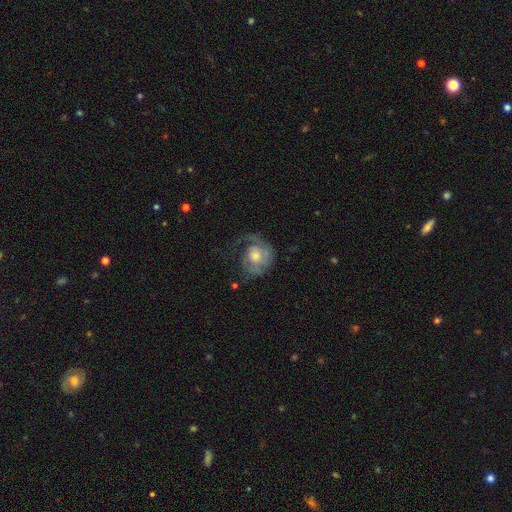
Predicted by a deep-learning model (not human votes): smooth-or-featured: featured or disk: 73% | smooth: 20% | star or artifact: 7%
  disk-edge-on: no: 97% | yes: 3%
    bar: no: 74% | weak: 23% | strong: 3%
    has-spiral-arms: yes: 88% | no: 12%
      spiral-winding: tight: 42% | medium: 36% | loose: 22%
      spiral-arm-count: 1: 47% | 2: 29% | can't tell: 16% | 3: 5% | 4: 2% | more than 4: 2%
    bulge-size: moderate: 61% | small: 26% | large: 9% | none: 3% | dominant: 1%
  merging: none: 47% | major disturbance: 30% | minor disturbance: 21% | merger: 2%